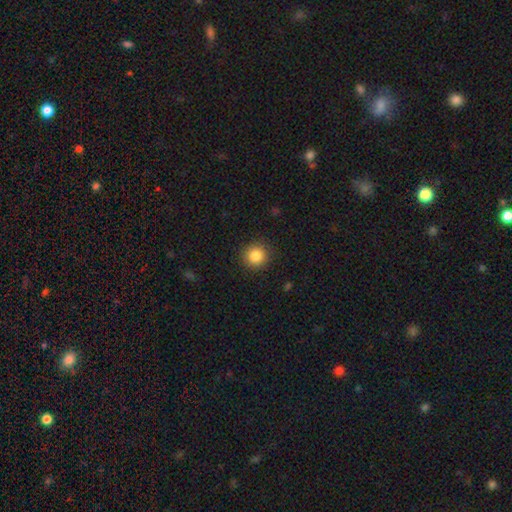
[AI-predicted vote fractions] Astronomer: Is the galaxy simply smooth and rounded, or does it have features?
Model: smooth — 85%.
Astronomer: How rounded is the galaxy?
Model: round — 93%.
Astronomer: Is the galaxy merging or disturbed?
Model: none — 91%.